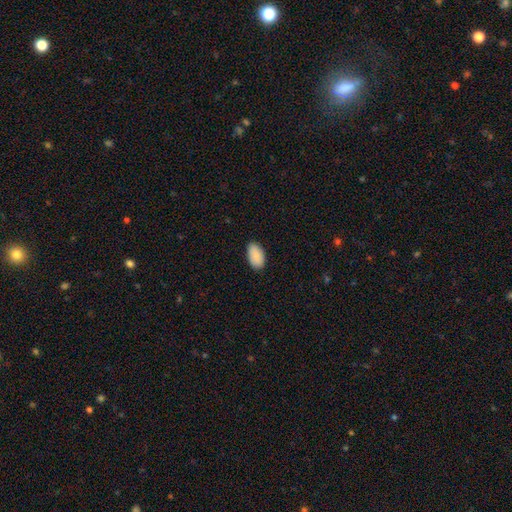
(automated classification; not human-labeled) Smooth or featured? Predicted: smooth (p=0.88). How rounded? Predicted: in between (p=0.95). Merging? Predicted: none (p=0.86).